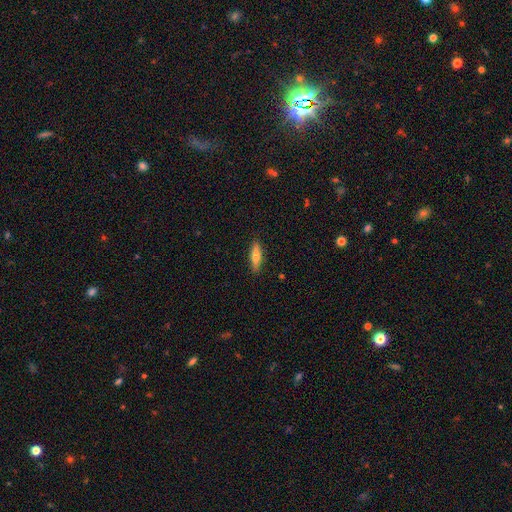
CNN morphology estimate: Overall: smooth (72%). How rounded: cigar-shaped (63%; in between 35%). Merging: none (87%).